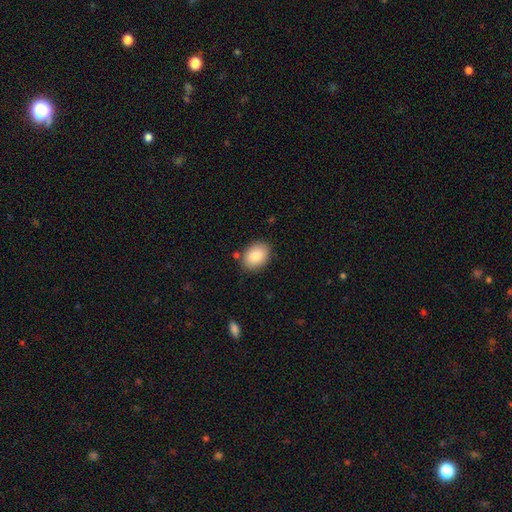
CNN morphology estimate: Smooth or featured? Predicted: smooth (p=0.85). How rounded? Predicted: in between (p=0.76). Merging? Predicted: none (p=0.84).